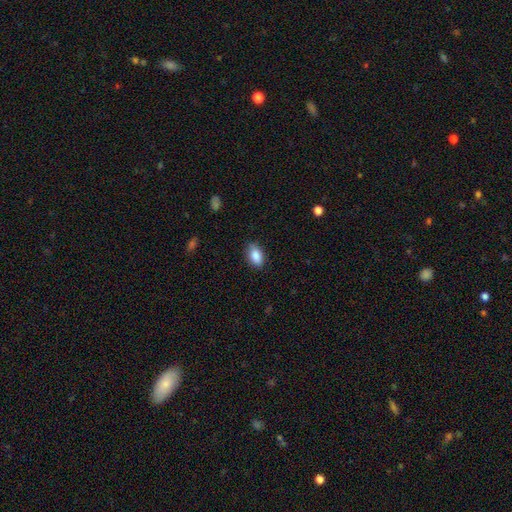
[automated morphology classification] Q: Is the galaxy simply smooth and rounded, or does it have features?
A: smooth — 88%.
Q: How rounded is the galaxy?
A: in between — 92%.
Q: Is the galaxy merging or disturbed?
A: none — 85%.